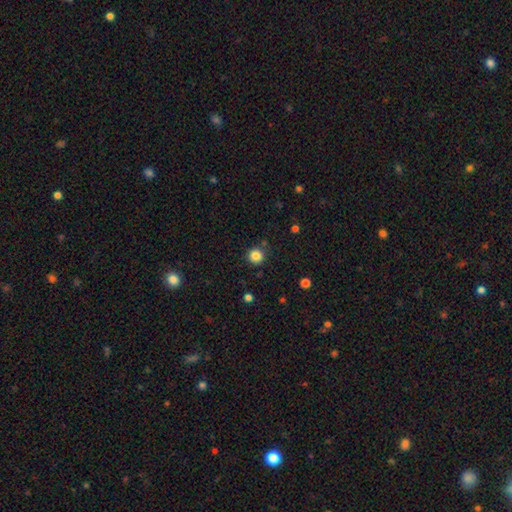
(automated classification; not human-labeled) Morphology: type=smooth (84%); roundness=round (94%); merging=none (86%).